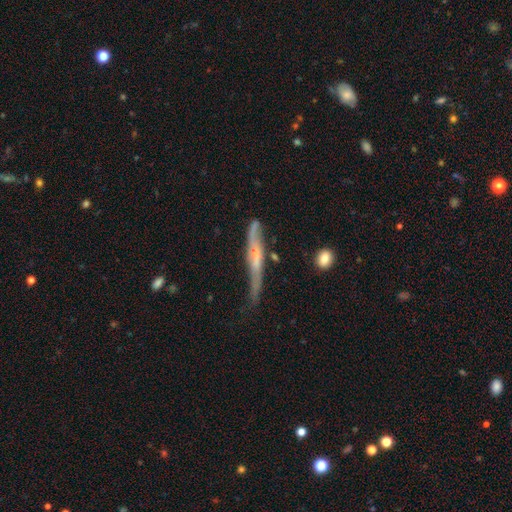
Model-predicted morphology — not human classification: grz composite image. It shows a featured or disk galaxy (61%) viewed edge-on (75%). Merging: none (45%).